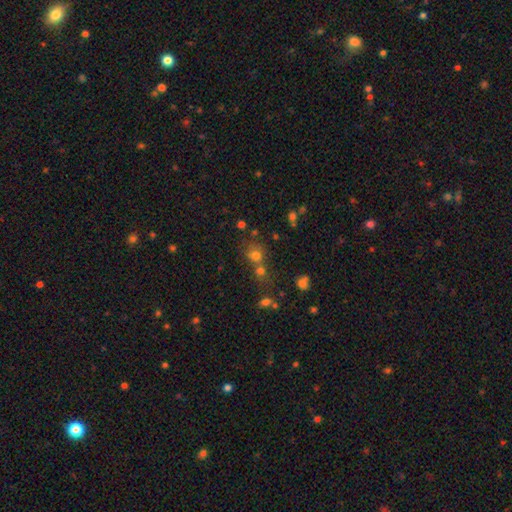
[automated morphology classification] This appears to be a smooth galaxy with no disk features (68%) that is round (78%). Merging: none (47%).